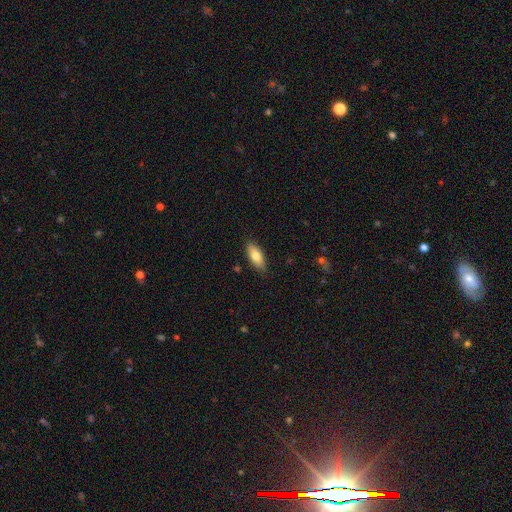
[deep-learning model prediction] smooth-or-featured: smooth: 79% | featured or disk: 15% | star or artifact: 6%
  how-rounded: in between: 82% | cigar-shaped: 16% | round: 3%
  merging: none: 86% | minor disturbance: 11% | major disturbance: 2% | merger: 1%